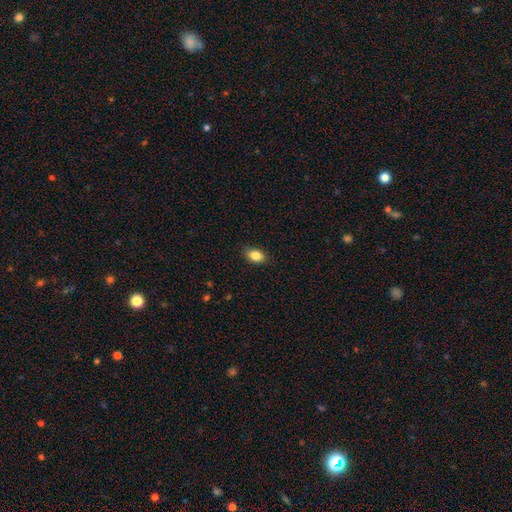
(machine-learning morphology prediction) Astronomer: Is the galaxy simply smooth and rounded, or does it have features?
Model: smooth — 85%.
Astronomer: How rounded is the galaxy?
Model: in between — 84%.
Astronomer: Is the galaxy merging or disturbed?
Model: none — 85%.